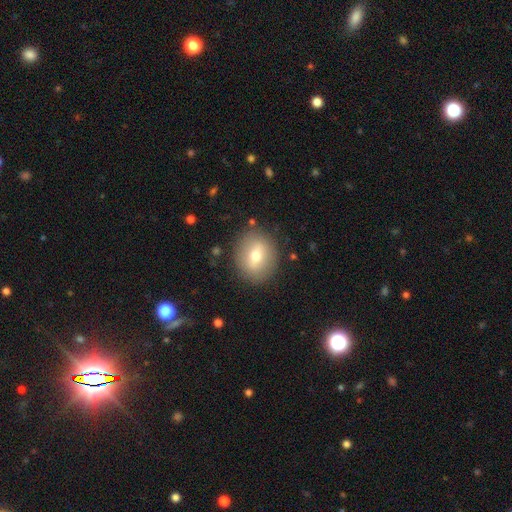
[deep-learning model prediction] Smooth or featured: smooth — 60% (featured or disk — 31%)
How rounded: round — 65% (in between — 34%)
Merging: none — 86% (minor disturbance — 9%)